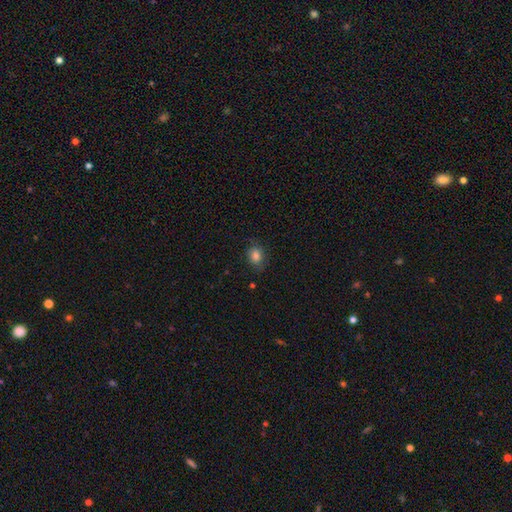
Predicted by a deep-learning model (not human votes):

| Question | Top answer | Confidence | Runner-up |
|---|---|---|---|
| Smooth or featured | smooth | 80% | featured or disk (10%) |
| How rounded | round | 52% | in between (47%) |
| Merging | none | 73% | minor disturbance (20%) |